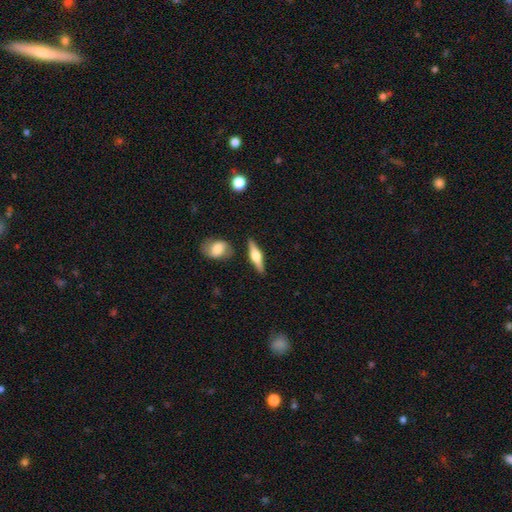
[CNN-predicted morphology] Smooth or featured? Predicted: featured or disk (p=0.64). Edge-on disk? Predicted: yes (p=0.96). Edge-on bulge? Predicted: rounded (p=0.93). Merging? Predicted: none (p=0.84).